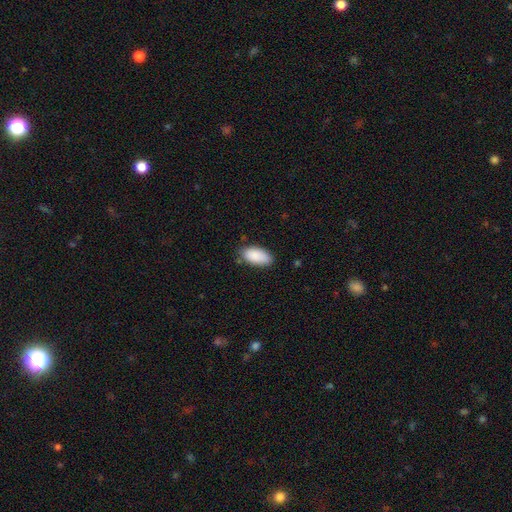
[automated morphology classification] A smooth galaxy with no disk features (89%) that is in between round and cigar-shaped (93%).

Vote fractions:
- Smooth or featured? smooth: 89% / star or artifact: 6% / featured or disk: 4%
- How rounded? in between: 93% / cigar-shaped: 5% / round: 2%
- Merging? none: 78% / minor disturbance: 17% / major disturbance: 3% / merger: 2%